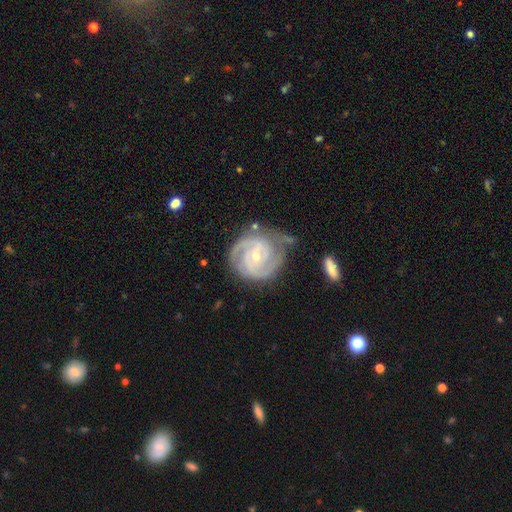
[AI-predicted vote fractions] The model was most divided on "bar": no: 47%, weak: 37%, strong: 15%. More confident: spiral arms — yes (98%); edge-on disk — no (98%); smooth or featured — featured or disk (90%); bulge size — small (69%); merging — none (68%); spiral winding — tight (65%); spiral arm count — 2 (57%).